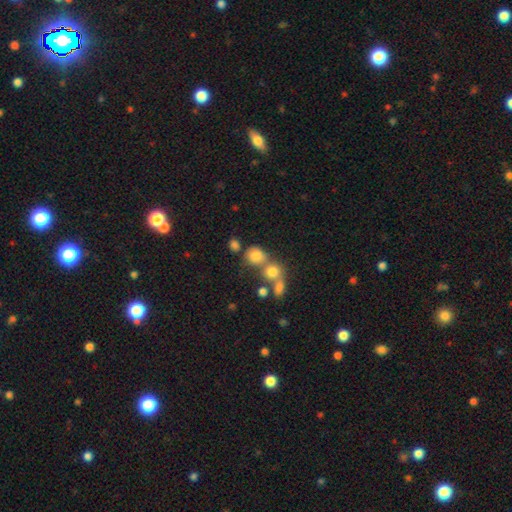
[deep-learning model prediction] Smooth or featured?
  - smooth: 76% *
  - star or artifact: 13%
  - featured or disk: 11%
How rounded?
  - round: 78% *
  - in between: 20%
  - cigar-shaped: 1%
Merging?
  - none: 47% *
  - merger: 36%
  - minor disturbance: 11%
  - major disturbance: 6%